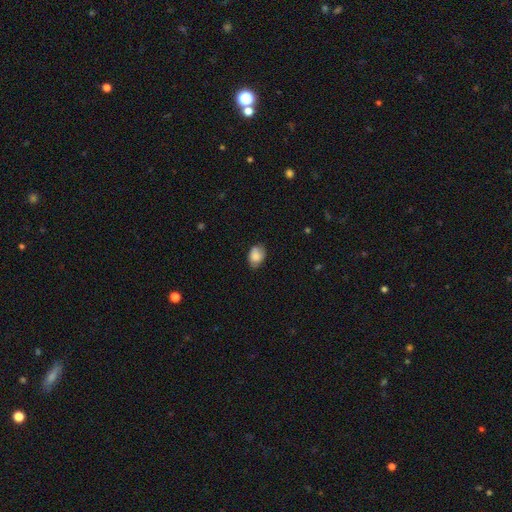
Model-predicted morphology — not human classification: A smooth galaxy with no disk features (78%) that is in between round and cigar-shaped (75%).

Vote fractions:
- Smooth or featured? smooth: 78% / featured or disk: 14% / star or artifact: 8%
- How rounded? in between: 75% / round: 24% / cigar-shaped: 1%
- Merging? none: 67% / minor disturbance: 26% / major disturbance: 5% / merger: 1%